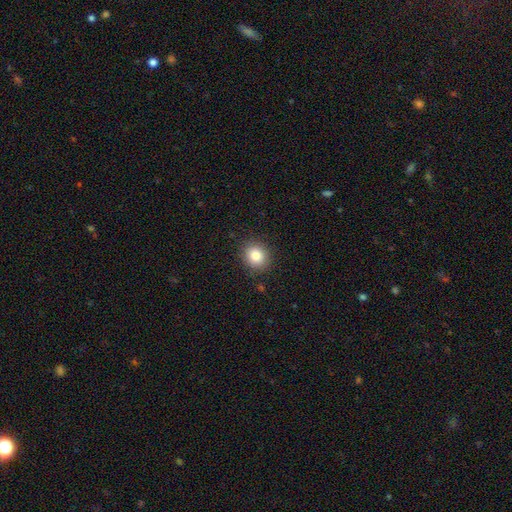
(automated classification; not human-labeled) The model was most divided on "how rounded": round: 75%, in between: 24%, cigar-shaped: 1%. More confident: merging — none (89%); smooth or featured — smooth (83%).